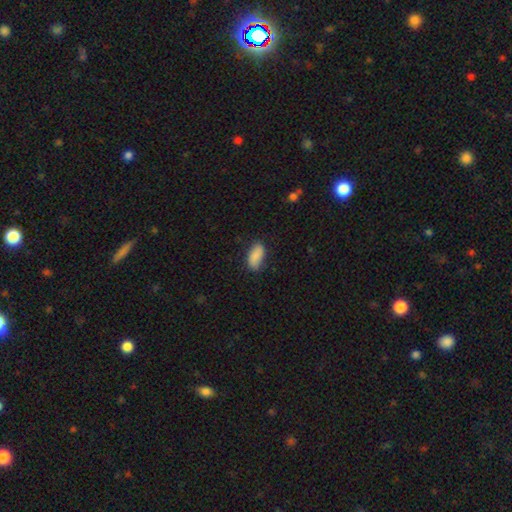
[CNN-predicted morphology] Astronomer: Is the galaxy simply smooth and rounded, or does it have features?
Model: smooth — 87%.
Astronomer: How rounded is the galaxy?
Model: in between — 91%.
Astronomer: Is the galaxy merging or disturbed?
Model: none — 79%.